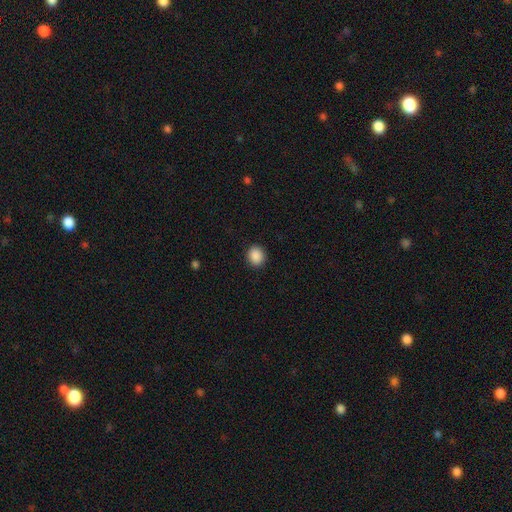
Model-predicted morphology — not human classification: Q: Smooth or featured?
A: smooth (89%); runner-up: star or artifact (9%)
Q: How rounded?
A: round (72%); runner-up: in between (27%)
Q: Merging?
A: none (90%); runner-up: minor disturbance (7%)